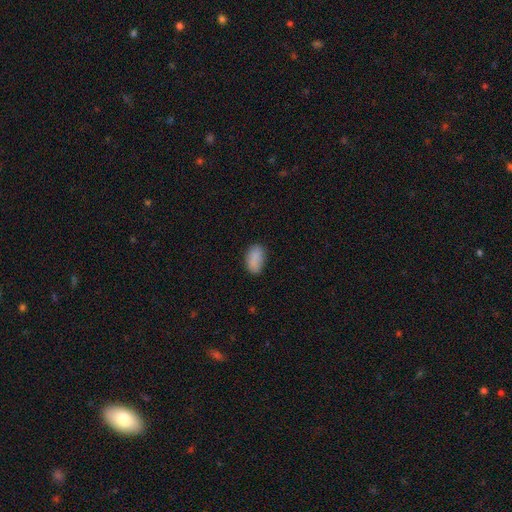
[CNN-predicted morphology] Smooth or featured: smooth — 87% (star or artifact — 8%)
How rounded: in between — 93% (round — 5%)
Merging: none — 79% (minor disturbance — 16%)